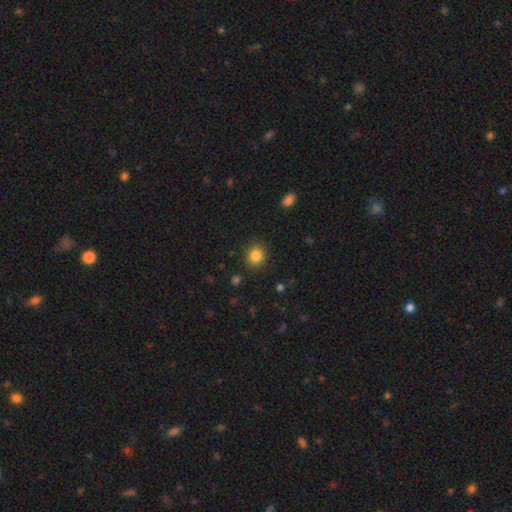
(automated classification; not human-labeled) This appears to be a smooth galaxy with no disk features (85%) that is round (83%). Merging: none (88%).